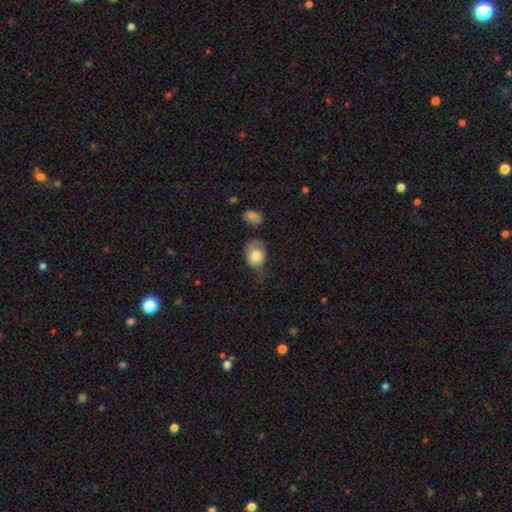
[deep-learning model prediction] smooth 78%, featured or disk 15%, star or artifact 7%. Down the decision tree: how rounded — in between (51%); merging — minor disturbance (38%).